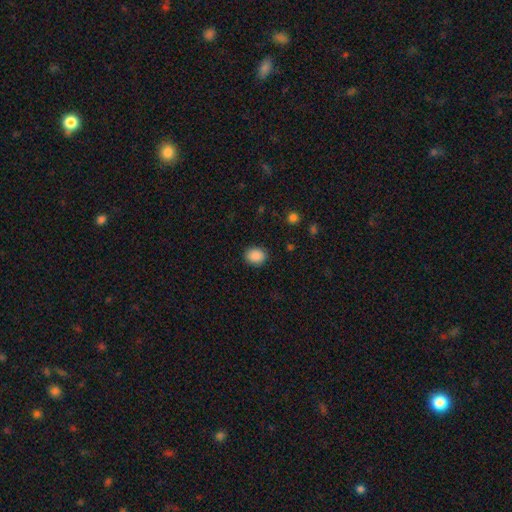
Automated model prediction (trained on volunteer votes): The model was most divided on "how rounded": round: 56%, in between: 43%, cigar-shaped: 1%. More confident: smooth or featured — smooth (89%); merging — none (87%).